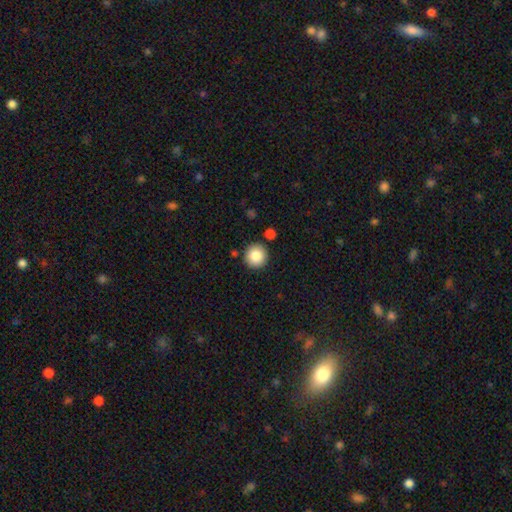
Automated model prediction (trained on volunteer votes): Smooth or featured? smooth (85%)
How rounded? round (94%)
Merging? none (88%)